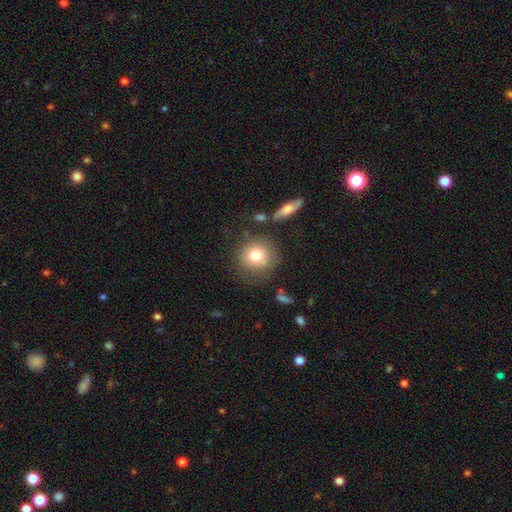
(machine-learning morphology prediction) Smooth or featured? smooth (76%)
How rounded? round (90%)
Merging? none (75%)